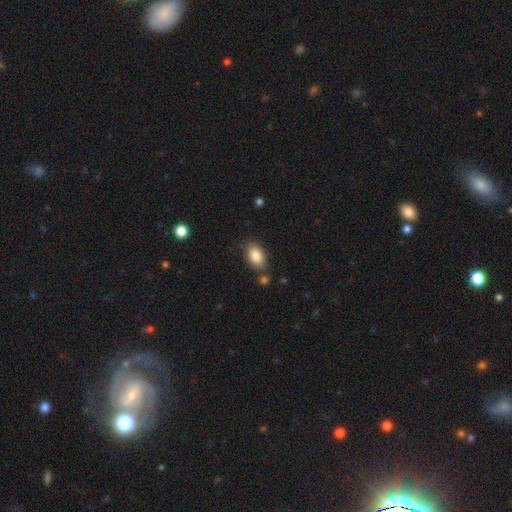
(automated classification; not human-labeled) smooth-or-featured: smooth: 86% | star or artifact: 7% | featured or disk: 7%
  how-rounded: in between: 91% | round: 7% | cigar-shaped: 2%
  merging: none: 78% | minor disturbance: 13% | merger: 6% | major disturbance: 3%